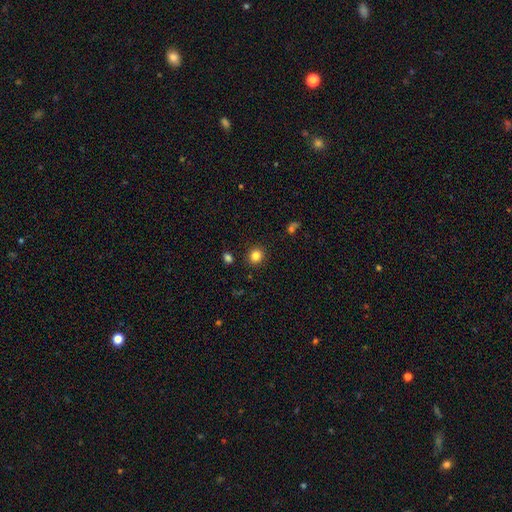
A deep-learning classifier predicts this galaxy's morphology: A smooth galaxy with no disk features (83%) that is round (81%). Merging: none (89%).